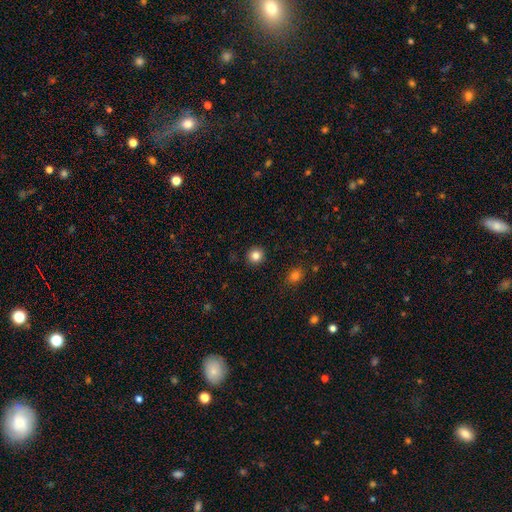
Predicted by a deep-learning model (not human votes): This is clearly a smooth galaxy (83%). How rounded: clearly round (91%). Merging: clearly none (92%).